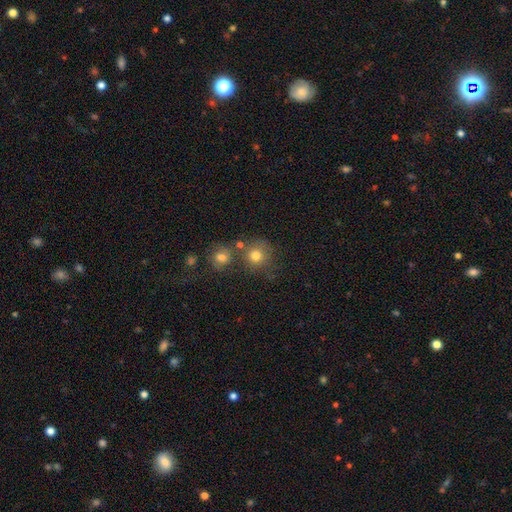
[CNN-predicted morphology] Smooth or featured?
  - smooth: 77% *
  - star or artifact: 14%
  - featured or disk: 10%
How rounded?
  - round: 89% *
  - in between: 10%
  - cigar-shaped: 1%
Merging?
  - none: 62% *
  - merger: 22%
  - minor disturbance: 11%
  - major disturbance: 5%